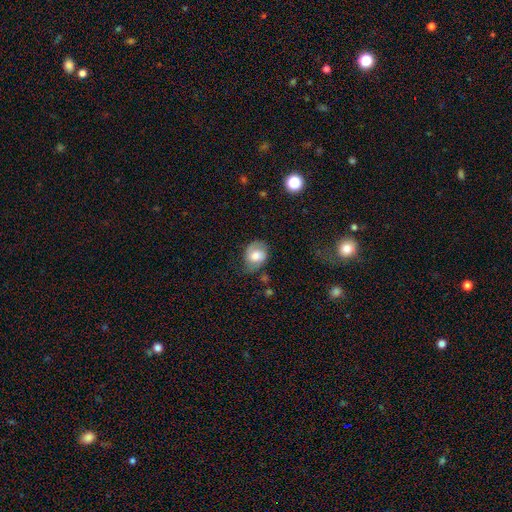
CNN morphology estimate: smooth-or-featured: smooth: 52% | featured or disk: 39% | star or artifact: 8%
  how-rounded: in between: 50% | round: 49% | cigar-shaped: 1%
  merging: none: 56% | minor disturbance: 29% | major disturbance: 12% | merger: 2%